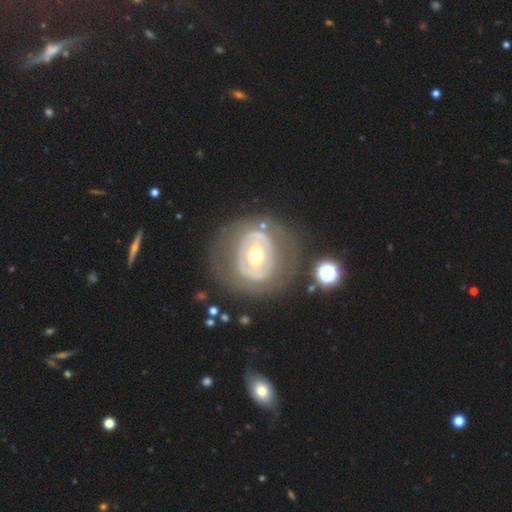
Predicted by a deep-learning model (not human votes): A featured or disk galaxy (73%) with no bar (61%), no spiral arms (67%) and a moderate central bulge (58%).

Vote fractions:
- Smooth or featured? featured or disk: 73% / smooth: 22% / star or artifact: 5%
- Edge-on disk? no: 96% / yes: 4%
- Bar? no: 61% / weak: 24% / strong: 15%
- Spiral arms? no: 67% / yes: 33%
- Bulge size? moderate: 58% / small: 35% / large: 5% / none: 1% / dominant: 1%
- Merging? none: 70% / minor disturbance: 16% / major disturbance: 11% / merger: 3%